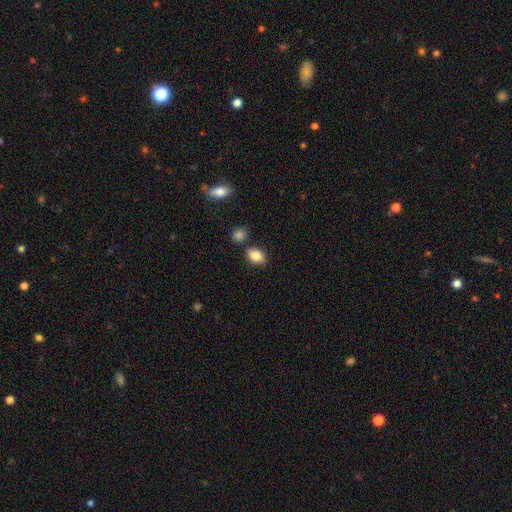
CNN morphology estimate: Smooth or featured?
  - smooth: 84% *
  - star or artifact: 8%
  - featured or disk: 7%
How rounded?
  - in between: 82% *
  - round: 16%
  - cigar-shaped: 2%
Merging?
  - none: 77% *
  - minor disturbance: 13%
  - merger: 7%
  - major disturbance: 3%